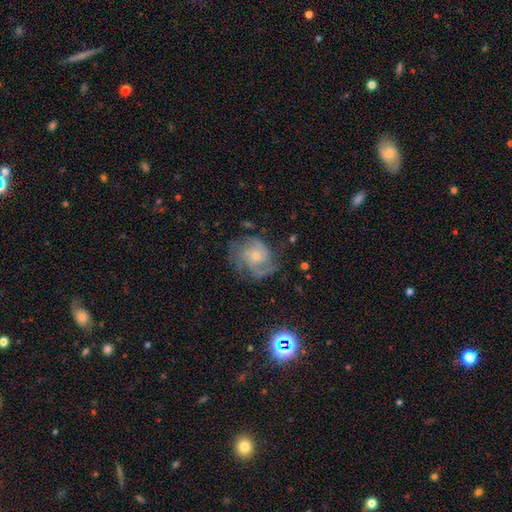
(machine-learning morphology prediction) A featured or disk galaxy (80%) with no bar (75%), 3 (33%) medium (43%) spiral arms (94%) and a small central bulge (57%). Merging: none (62%).